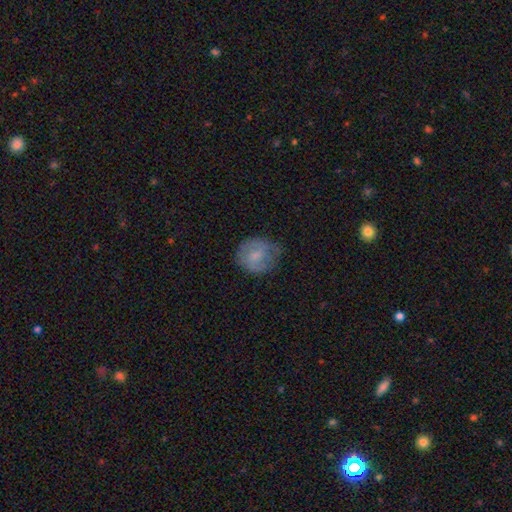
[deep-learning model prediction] This is likely a smooth galaxy (66%). How rounded: likely round (77%). Merging: possibly none (55%).